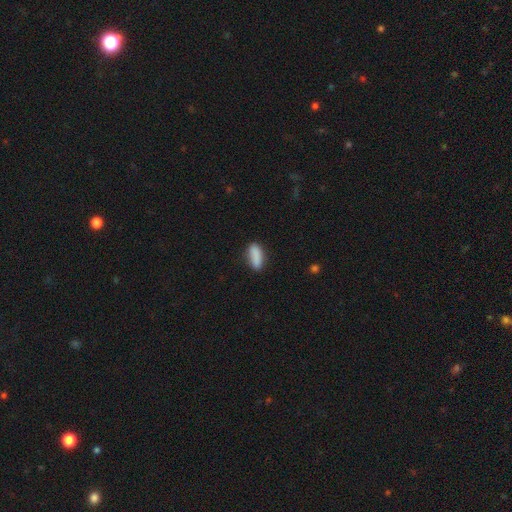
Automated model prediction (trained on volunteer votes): Smooth or featured? Predicted: smooth (p=0.86). How rounded? Predicted: in between (p=0.71). Merging? Predicted: none (p=0.77).